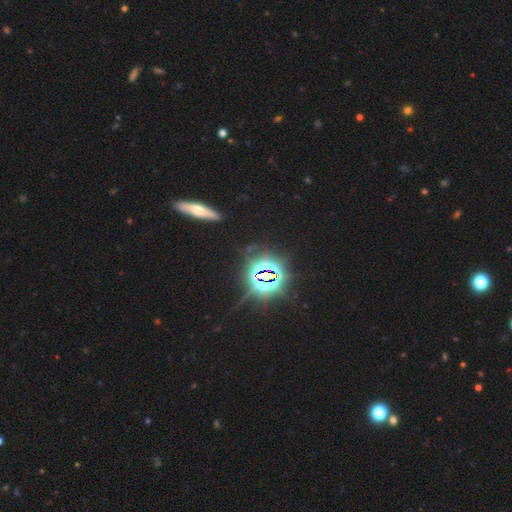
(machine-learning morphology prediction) type=star or artifact (66%).